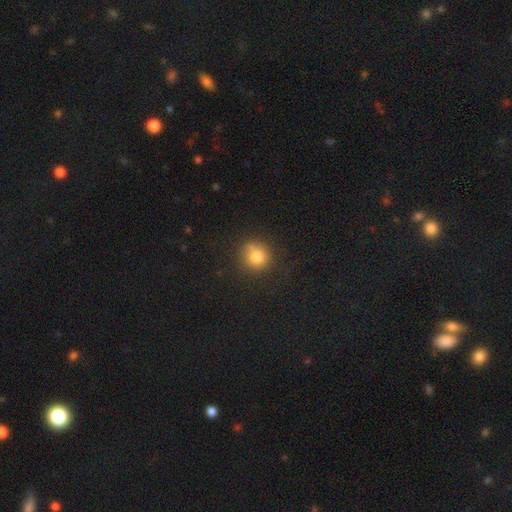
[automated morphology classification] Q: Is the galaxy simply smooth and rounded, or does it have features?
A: smooth — 81%.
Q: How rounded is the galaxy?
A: round — 90%.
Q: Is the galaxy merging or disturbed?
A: none — 73%.